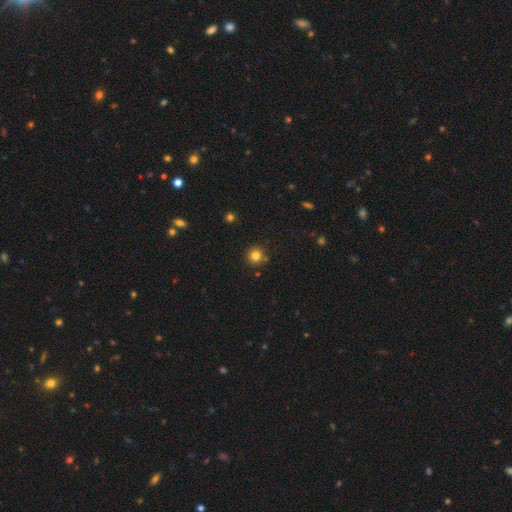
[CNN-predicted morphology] smooth 81%, star or artifact 13%, featured or disk 5%. Down the decision tree: how rounded — round (94%); merging — none (88%).